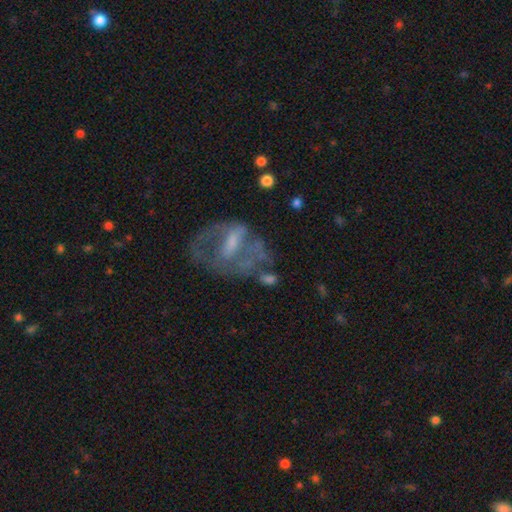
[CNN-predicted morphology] Q: Smooth or featured?
A: featured or disk (63%); runner-up: smooth (25%)
Q: Edge-on disk?
A: no (94%); runner-up: yes (6%)
Q: Bar?
A: weak (40%); runner-up: no (38%)
Q: Spiral arms?
A: no (64%); runner-up: yes (36%)
Q: Bulge size?
A: small (35%); runner-up: moderate (33%)
Q: Merging?
A: none (40%); runner-up: major disturbance (32%)